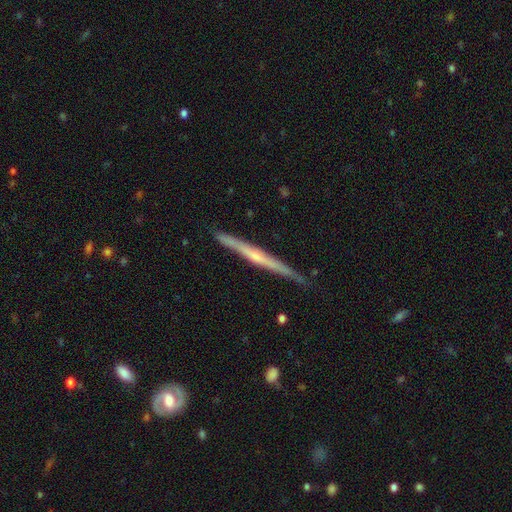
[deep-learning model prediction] Smooth or featured: featured or disk — 67% (smooth — 27%)
Edge-on disk: yes — 97% (no — 3%)
Edge-on bulge: none — 52% (rounded — 40%)
Merging: none — 85% (minor disturbance — 12%)